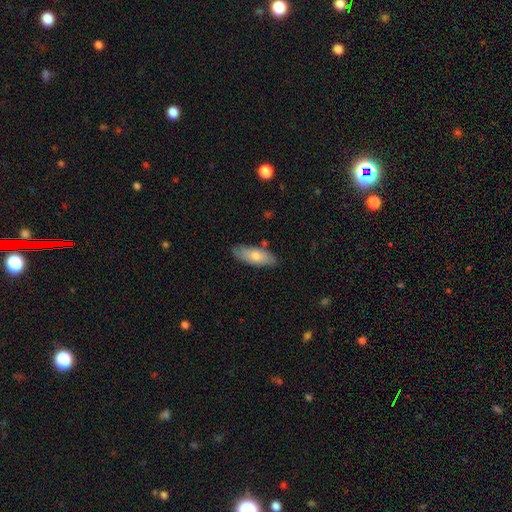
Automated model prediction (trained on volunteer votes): smooth_or_featured: smooth (p=0.68) [alt: featured or disk p=0.26]
how_rounded: in between (p=0.74) [alt: cigar-shaped p=0.24]
merging: none (p=0.82) [alt: minor disturbance p=0.14]